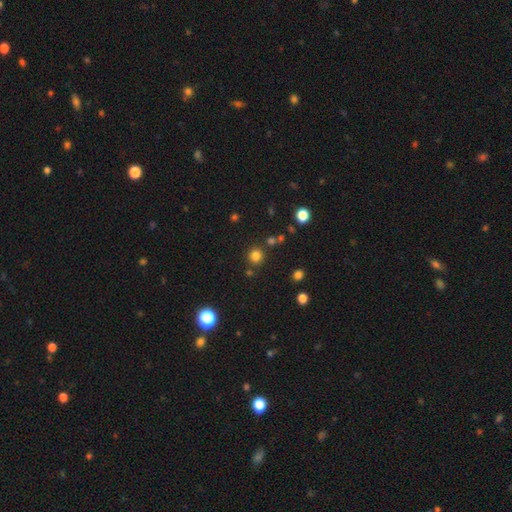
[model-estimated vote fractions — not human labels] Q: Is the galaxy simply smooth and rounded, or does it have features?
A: smooth — 79%.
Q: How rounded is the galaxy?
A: round — 92%.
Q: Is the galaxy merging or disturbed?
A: none — 83%.